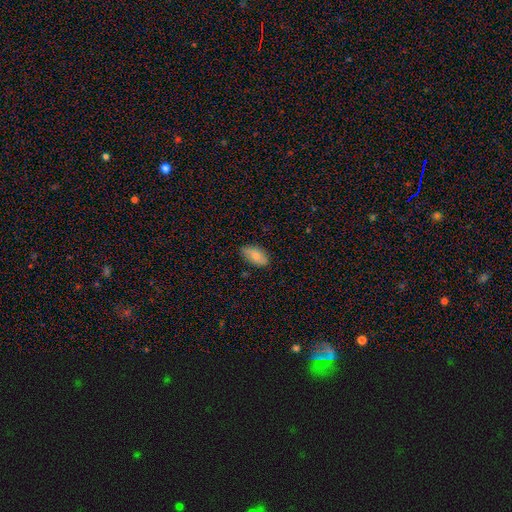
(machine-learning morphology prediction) This is likely a smooth galaxy (79%). How rounded: clearly in between (92%). Merging: likely none (78%).